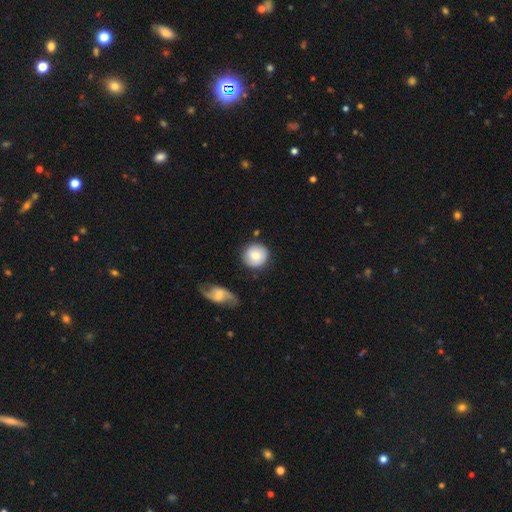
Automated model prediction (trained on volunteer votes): Smooth or featured? Predicted: smooth (p=0.75). How rounded? Predicted: round (p=0.92). Merging? Predicted: none (p=0.80).